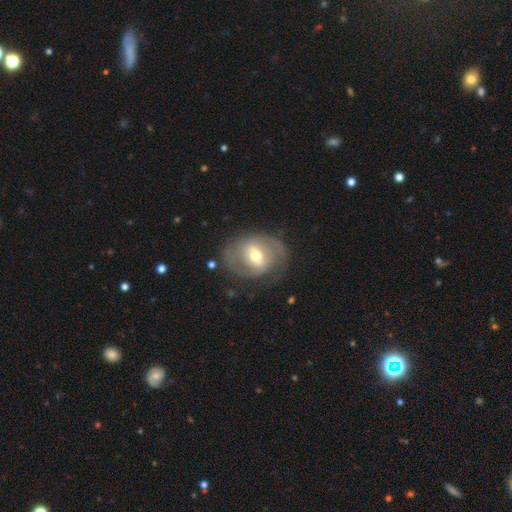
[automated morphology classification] featured or disk 73%, smooth 21%, star or artifact 6%. Down the decision tree: edge-on disk — no (95%); bar — weak (46%); spiral arms — yes (78%); spiral arm count — 2 (75%); spiral winding — medium (43%); bulge size — moderate (66%); merging — none (68%).